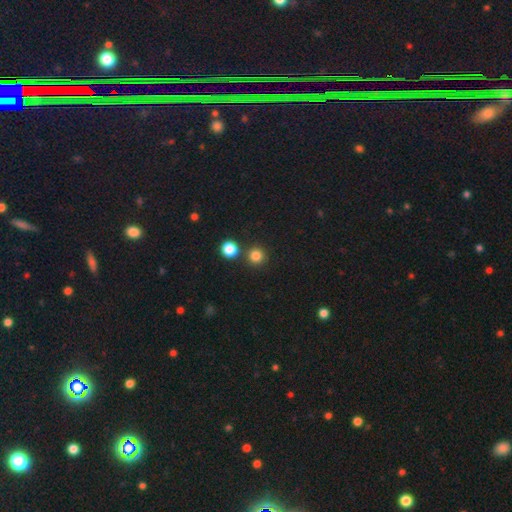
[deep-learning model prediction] Morphology: type=smooth (82%); roundness=round (94%); merging=none (82%).